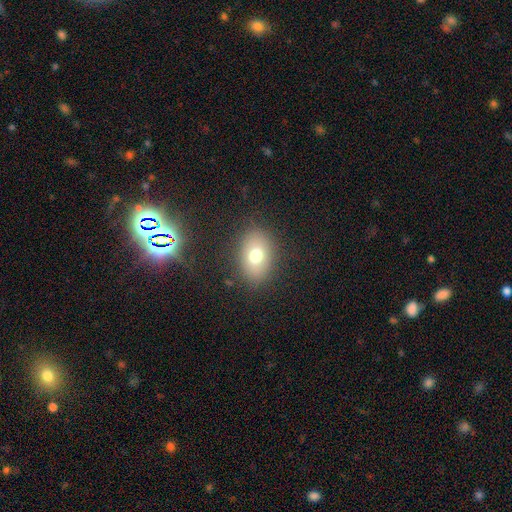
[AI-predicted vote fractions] Smooth or featured?
  - smooth: 73% *
  - featured or disk: 15%
  - star or artifact: 12%
How rounded?
  - in between: 71% *
  - round: 28%
  - cigar-shaped: 1%
Merging?
  - none: 83% *
  - minor disturbance: 11%
  - major disturbance: 5%
  - merger: 1%